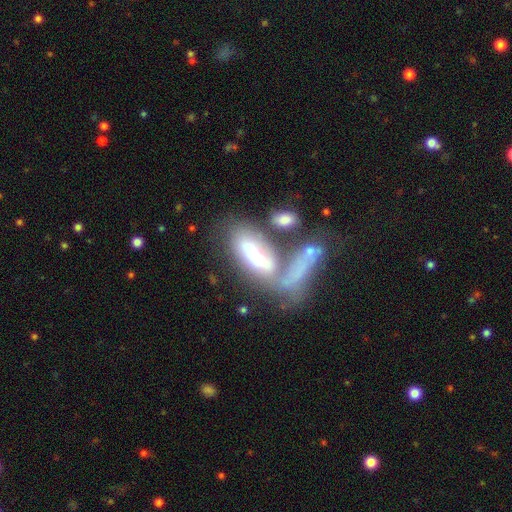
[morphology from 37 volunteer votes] This is likely a smooth galaxy (65%). How rounded: possibly cigar-shaped (50%). Merging: likely merger (67%).